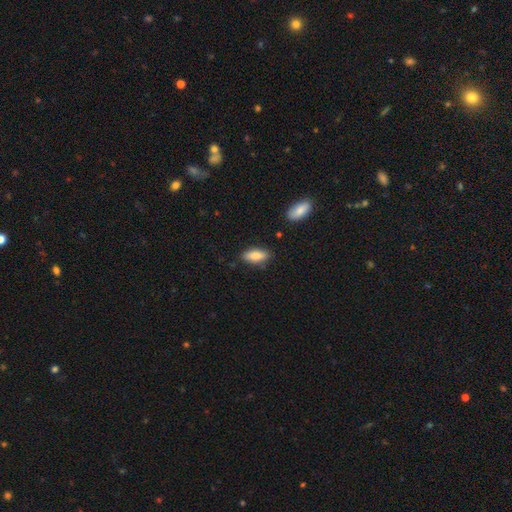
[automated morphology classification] Smooth or featured?
  - smooth: 83% *
  - featured or disk: 11%
  - star or artifact: 6%
How rounded?
  - in between: 81% *
  - cigar-shaped: 17%
  - round: 2%
Merging?
  - none: 82% *
  - minor disturbance: 13%
  - merger: 2%
  - major disturbance: 2%